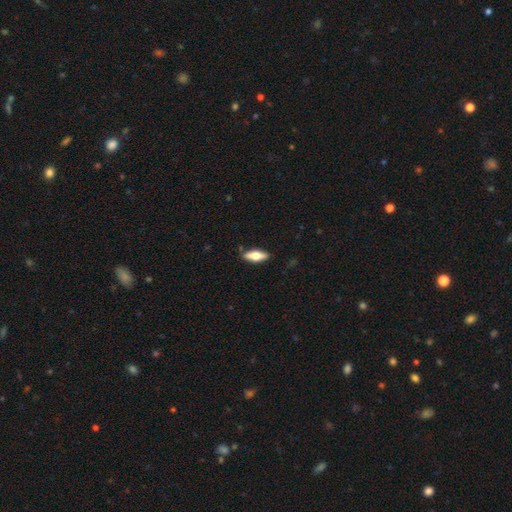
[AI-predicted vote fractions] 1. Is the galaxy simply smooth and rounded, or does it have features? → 60% smooth, 35% featured or disk, 6% star or artifact.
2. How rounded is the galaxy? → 65% in between, 33% cigar-shaped, 2% round.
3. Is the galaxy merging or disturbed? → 85% none, 12% minor disturbance, 2% major disturbance, 1% merger.